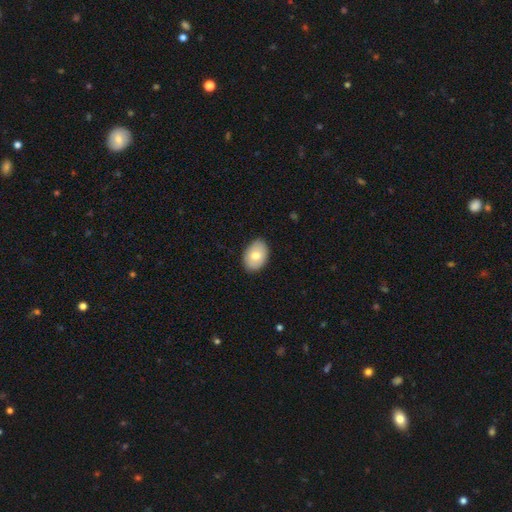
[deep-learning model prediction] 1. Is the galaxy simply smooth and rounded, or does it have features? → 73% smooth, 20% featured or disk, 7% star or artifact.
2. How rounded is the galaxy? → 82% in between, 17% round, 1% cigar-shaped.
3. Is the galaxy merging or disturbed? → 87% none, 10% minor disturbance, 2% major disturbance, 1% merger.